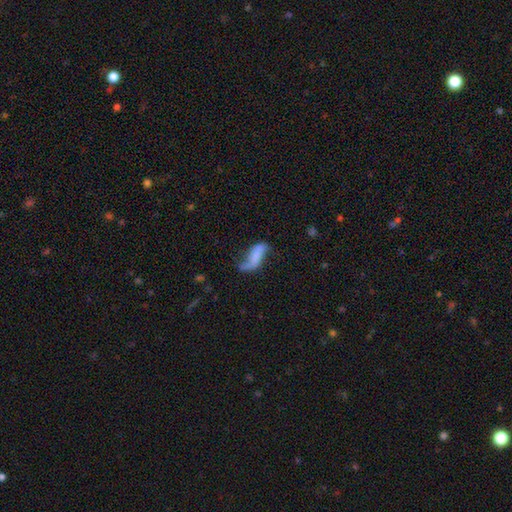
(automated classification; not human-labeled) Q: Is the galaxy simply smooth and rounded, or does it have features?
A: featured or disk — 53%.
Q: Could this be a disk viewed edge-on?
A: no — 90%.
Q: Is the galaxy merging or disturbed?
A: none — 43%.